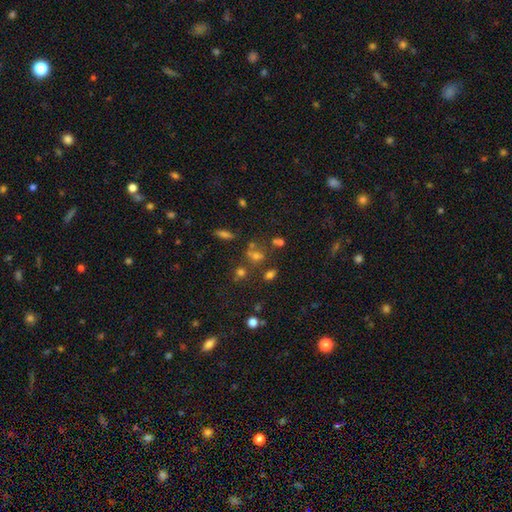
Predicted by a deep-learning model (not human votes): This is possibly a smooth galaxy (49%). Merging: possibly none (56%).